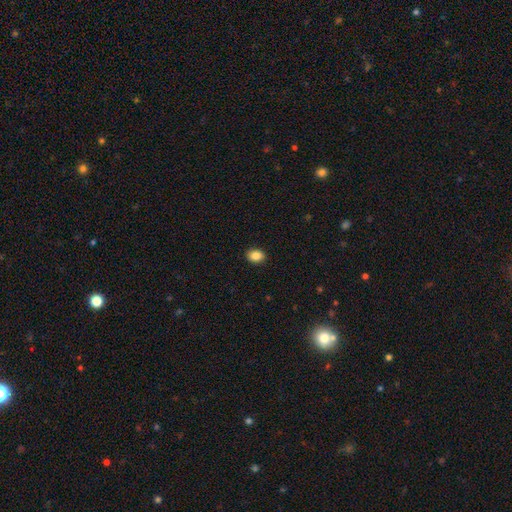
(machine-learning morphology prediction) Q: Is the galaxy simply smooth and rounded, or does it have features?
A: smooth — 86%.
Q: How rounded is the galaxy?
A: in between — 61%.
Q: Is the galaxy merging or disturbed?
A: none — 91%.